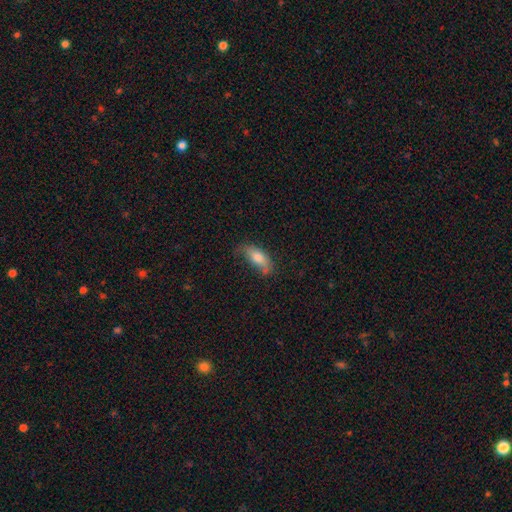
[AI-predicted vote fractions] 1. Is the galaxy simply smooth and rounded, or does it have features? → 74% smooth, 19% featured or disk, 7% star or artifact.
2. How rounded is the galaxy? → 75% in between, 22% cigar-shaped, 3% round.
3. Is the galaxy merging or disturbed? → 55% none, 32% minor disturbance, 9% major disturbance, 4% merger.